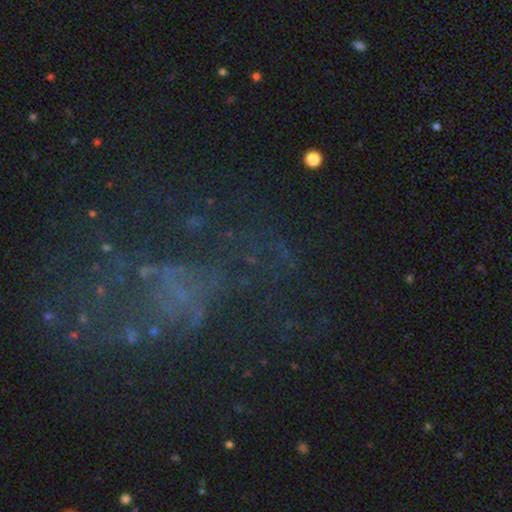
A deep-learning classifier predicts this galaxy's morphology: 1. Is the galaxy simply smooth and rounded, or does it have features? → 47% featured or disk, 34% star or artifact, 19% smooth.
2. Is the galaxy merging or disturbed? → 43% none, 38% major disturbance, 14% minor disturbance, 5% merger.